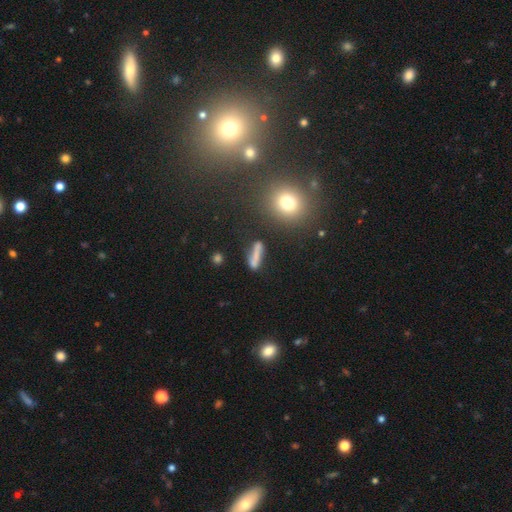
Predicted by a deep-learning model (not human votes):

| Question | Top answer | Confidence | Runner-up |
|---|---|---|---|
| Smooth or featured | smooth | 66% | featured or disk (21%) |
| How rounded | cigar-shaped | 71% | in between (23%) |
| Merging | none | 56% | minor disturbance (19%) |